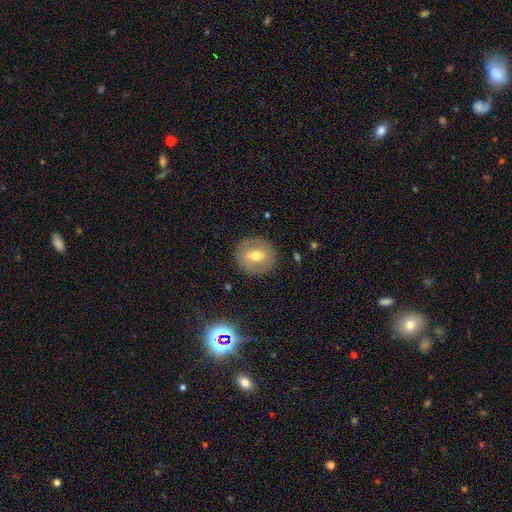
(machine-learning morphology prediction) smooth-or-featured: smooth: 48% | featured or disk: 42% | star or artifact: 10%
  merging: none: 86% | minor disturbance: 9% | major disturbance: 3% | merger: 1%